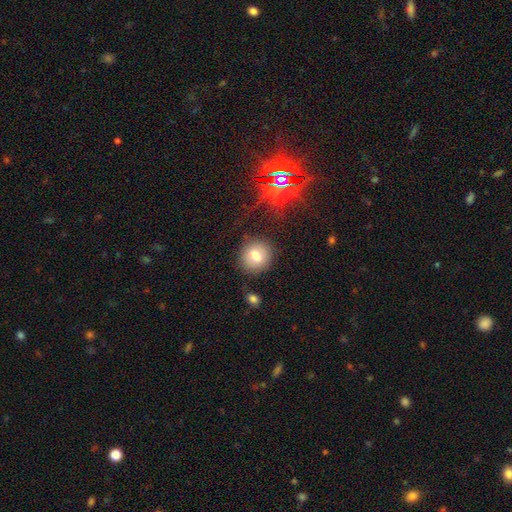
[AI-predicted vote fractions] This is likely a smooth galaxy (73%). How rounded: clearly round (87%). Merging: clearly none (84%).